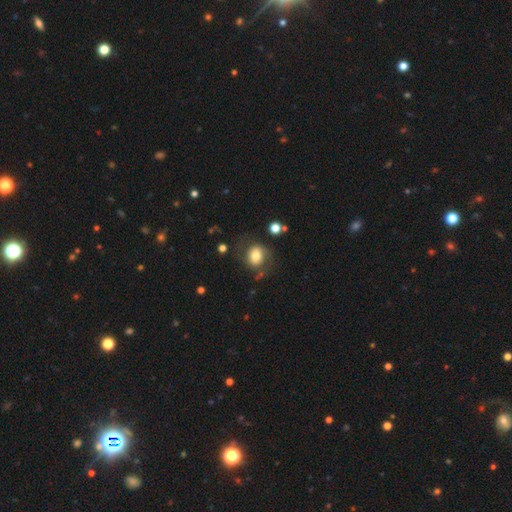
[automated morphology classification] Overall: smooth (56%; featured or disk 35%). How rounded: round (68%; in between 31%). Merging: none (60%).